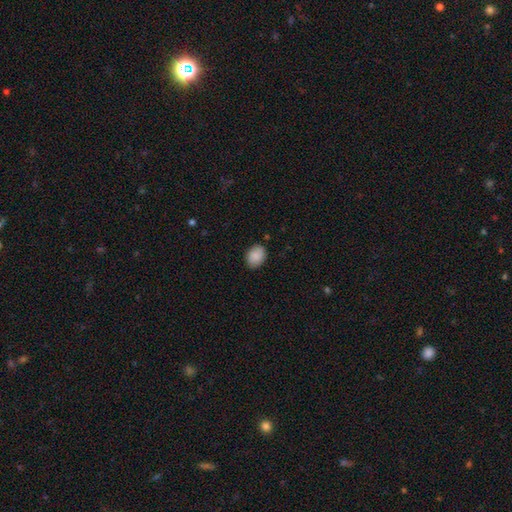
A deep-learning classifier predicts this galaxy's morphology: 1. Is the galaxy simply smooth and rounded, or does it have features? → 87% smooth, 7% star or artifact, 6% featured or disk.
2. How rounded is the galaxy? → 69% in between, 30% round, 1% cigar-shaped.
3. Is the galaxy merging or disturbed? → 84% none, 12% minor disturbance, 2% major disturbance, 1% merger.